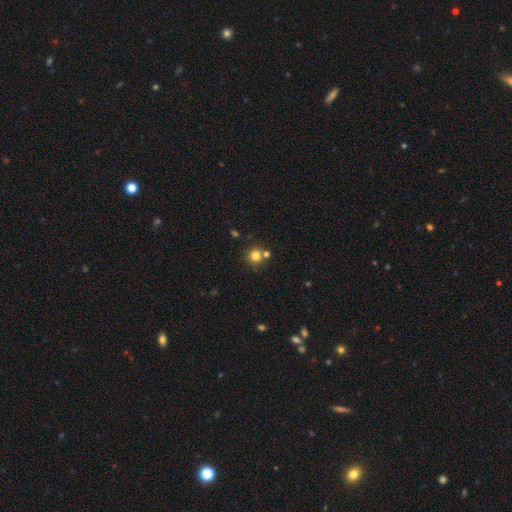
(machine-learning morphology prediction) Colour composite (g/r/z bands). It shows a smooth galaxy with no disk features (79%) that is round (91%). Merging: none (70%).